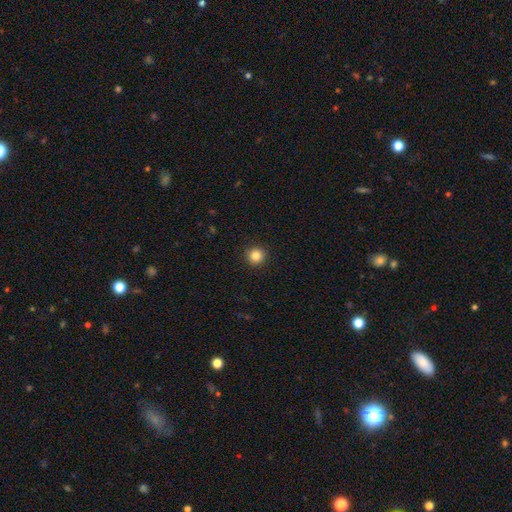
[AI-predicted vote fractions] Q: Smooth or featured?
A: smooth (84%); runner-up: star or artifact (11%)
Q: How rounded?
A: round (96%); runner-up: in between (3%)
Q: Merging?
A: none (93%); runner-up: minor disturbance (4%)